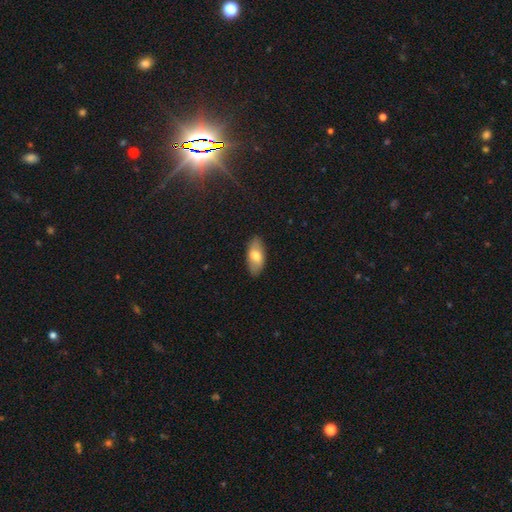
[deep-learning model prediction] This is likely a smooth galaxy (71%). How rounded: clearly in between (90%). Merging: clearly none (86%).